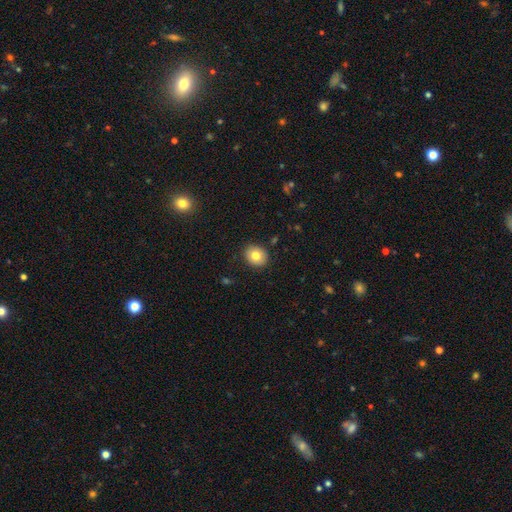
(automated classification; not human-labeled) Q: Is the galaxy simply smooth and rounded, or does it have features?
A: smooth — 79%.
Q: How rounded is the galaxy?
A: round — 71%.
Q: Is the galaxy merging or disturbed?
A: none — 89%.